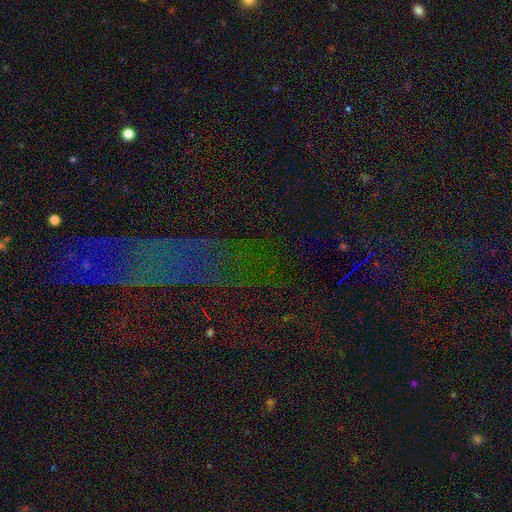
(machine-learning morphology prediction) This is likely a star or artifact rather than a galaxy (71%).